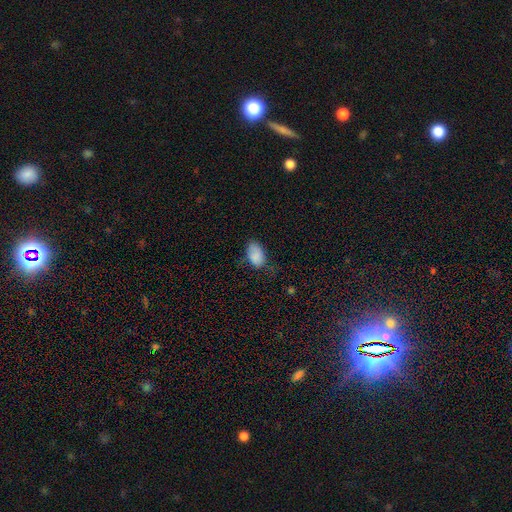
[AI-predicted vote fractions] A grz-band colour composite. It shows a smooth galaxy with no disk features (86%) that is in between round and cigar-shaped (93%). Merging: none (55%).